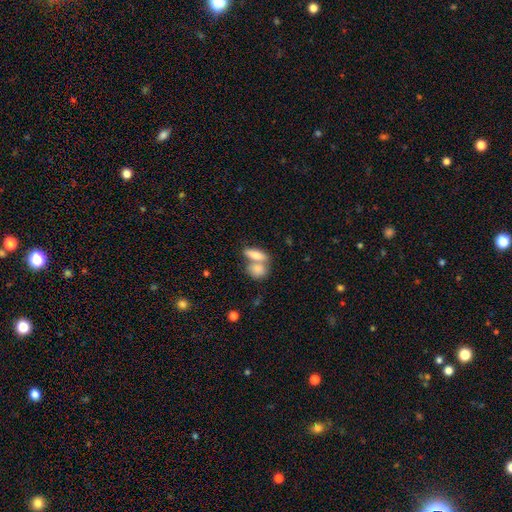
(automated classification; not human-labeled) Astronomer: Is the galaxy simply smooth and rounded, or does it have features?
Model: smooth — 78%.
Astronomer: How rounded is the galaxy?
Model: in between — 71%.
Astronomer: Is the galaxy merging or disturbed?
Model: merger — 55% (runner-up: none, 34%).